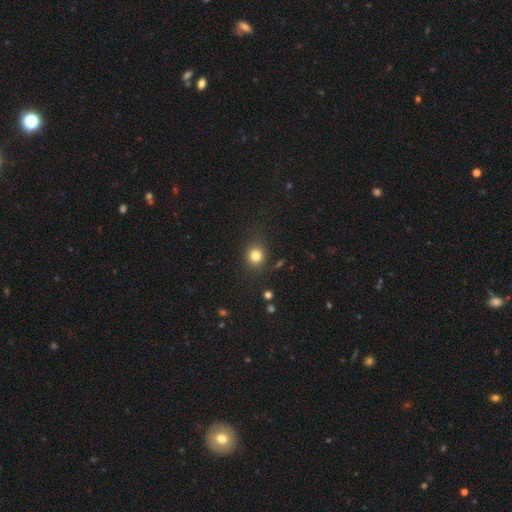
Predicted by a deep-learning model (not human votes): Q: Smooth or featured?
A: smooth (80%); runner-up: star or artifact (13%)
Q: How rounded?
A: round (80%); runner-up: in between (19%)
Q: Merging?
A: none (83%); runner-up: minor disturbance (11%)